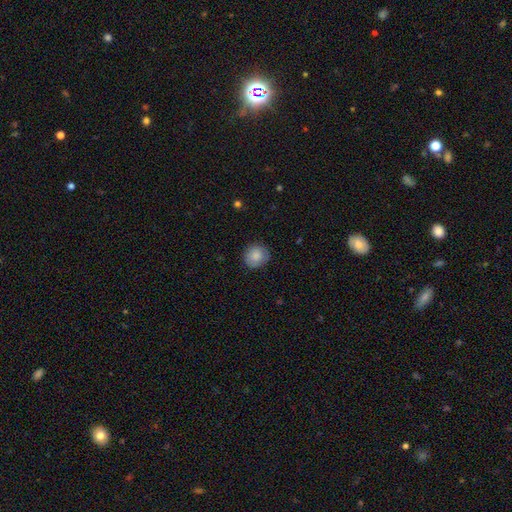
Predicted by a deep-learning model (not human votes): Morphology: type=smooth (83%); roundness=round (88%); merging=none (84%).